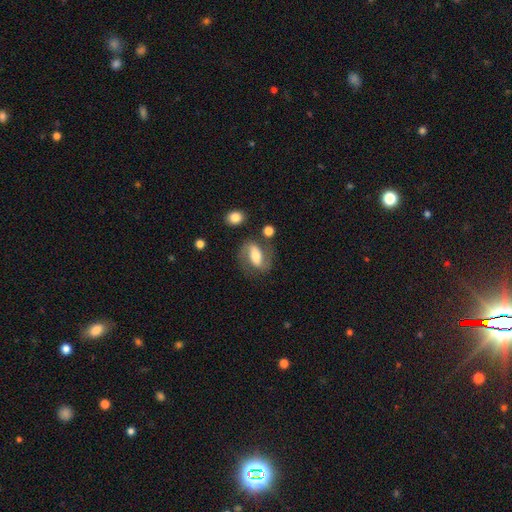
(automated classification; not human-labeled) A featured or disk galaxy (58%) with a strong bar (46%), spiral arms (80%) and a moderate central bulge (60%). Merging: none (69%).